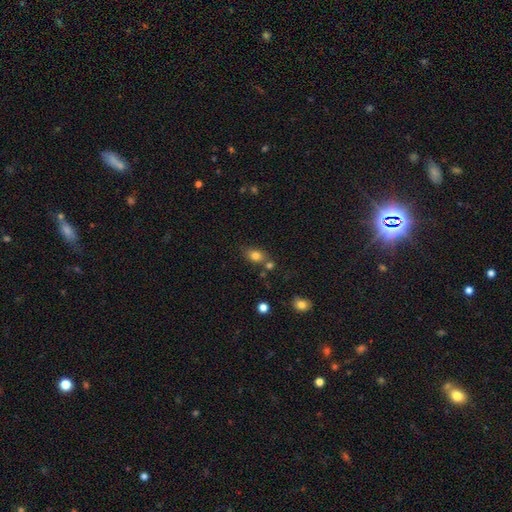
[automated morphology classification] smooth 79%, star or artifact 12%, featured or disk 9%. Down the decision tree: how rounded — in between (64%); merging — none (62%).